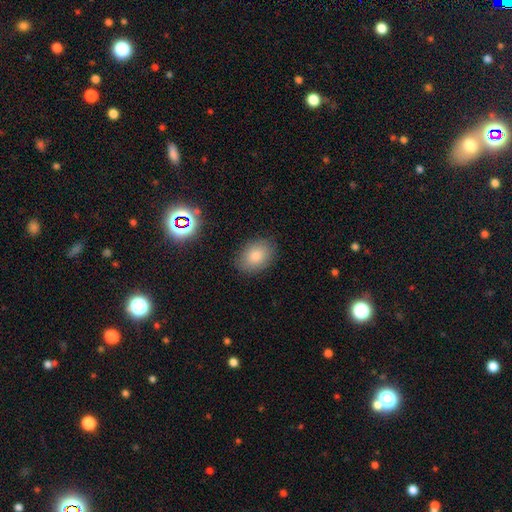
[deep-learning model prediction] smooth_or_featured: smooth (p=0.84) [alt: star or artifact p=0.09]
how_rounded: in between (p=0.77) [alt: round p=0.22]
merging: none (p=0.85) [alt: minor disturbance p=0.11]